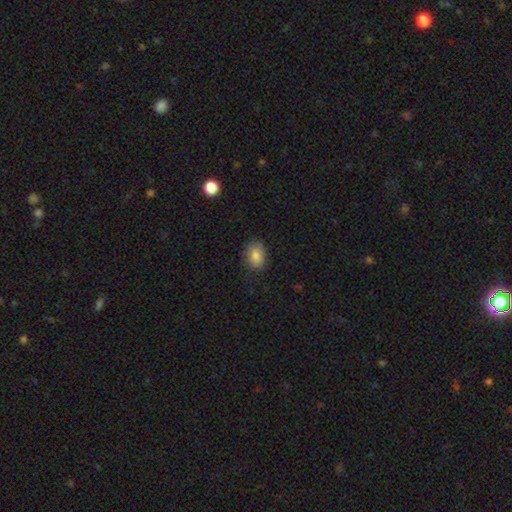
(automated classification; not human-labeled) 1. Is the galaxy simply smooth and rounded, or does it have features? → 85% smooth, 9% star or artifact, 7% featured or disk.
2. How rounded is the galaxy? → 68% in between, 31% round, 1% cigar-shaped.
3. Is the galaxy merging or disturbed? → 81% none, 15% minor disturbance, 3% major disturbance, 1% merger.